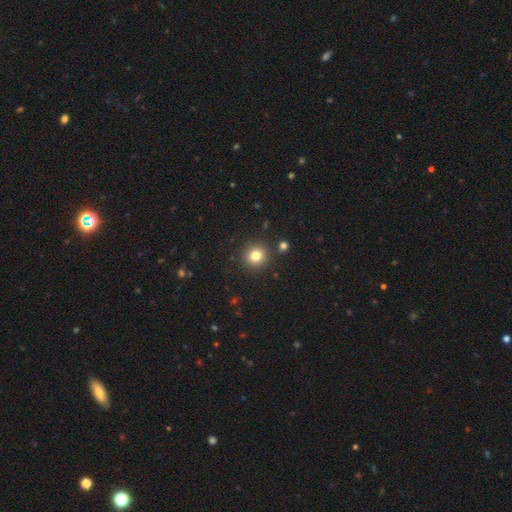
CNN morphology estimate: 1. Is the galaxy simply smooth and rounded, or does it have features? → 81% smooth, 12% star or artifact, 6% featured or disk.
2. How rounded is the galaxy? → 91% round, 8% in between, 1% cigar-shaped.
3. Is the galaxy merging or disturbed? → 89% none, 6% minor disturbance, 3% merger, 2% major disturbance.